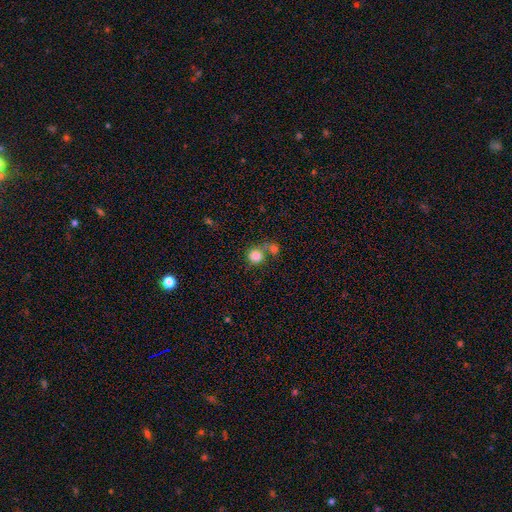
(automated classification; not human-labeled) smooth_or_featured: smooth (p=0.84) [alt: star or artifact p=0.10]
how_rounded: round (p=0.91) [alt: in between p=0.08]
merging: none (p=0.55) [alt: merger p=0.30]